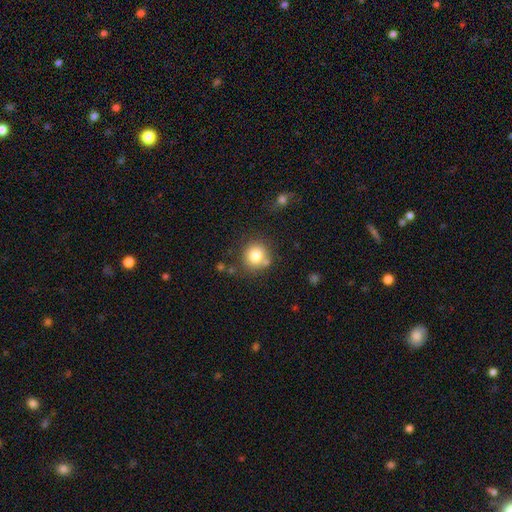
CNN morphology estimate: type=smooth (80%); roundness=round (90%); merging=none (73%).